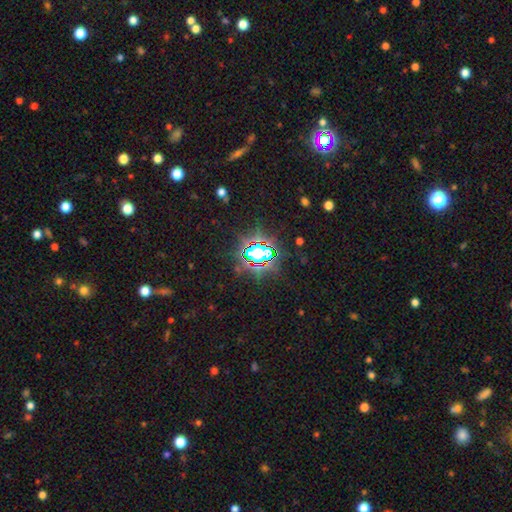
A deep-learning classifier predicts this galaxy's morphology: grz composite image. It shows a star or artifact, not a galaxy (74%).